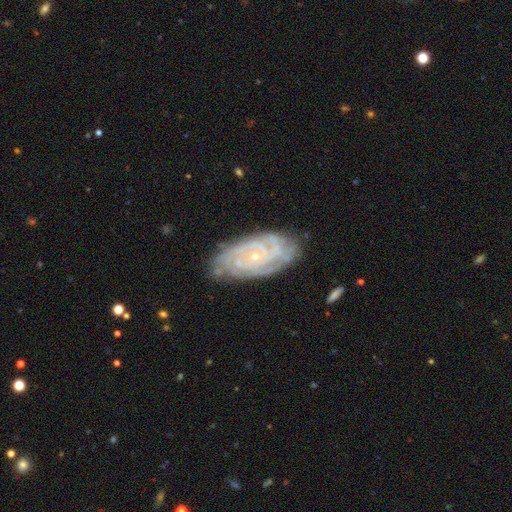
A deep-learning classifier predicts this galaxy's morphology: Smooth or featured?
  - featured or disk: 87% *
  - smooth: 7%
  - star or artifact: 6%
Edge-on disk?
  - no: 95% *
  - yes: 5%
Bar?
  - no: 72% *
  - weak: 22%
  - strong: 7%
Spiral arms?
  - yes: 97% *
  - no: 3%
Spiral winding?
  - tight: 79% *
  - medium: 18%
  - loose: 3%
Spiral arm count?
  - can't tell: 25% *
  - 4: 21%
  - 3: 20%
  - 2: 18%
  - more than 4: 9%
  - 1: 7%
Bulge size?
  - small: 83% *
  - moderate: 14%
  - none: 2%
  - large: 1%
  - dominant: 1%
Merging?
  - none: 79% *
  - minor disturbance: 16%
  - major disturbance: 4%
  - merger: 1%